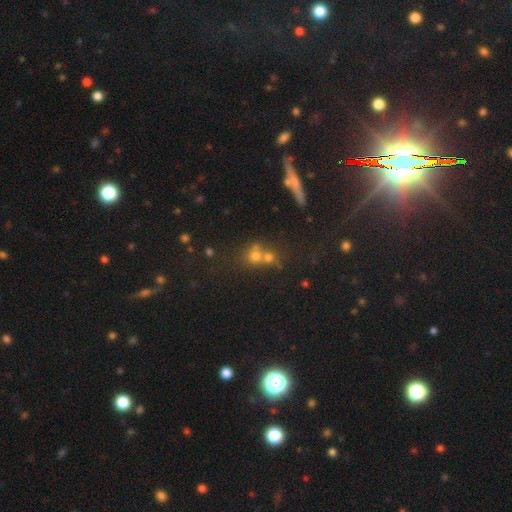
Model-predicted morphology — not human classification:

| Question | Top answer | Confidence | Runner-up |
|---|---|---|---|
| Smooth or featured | smooth | 63% | star or artifact (20%) |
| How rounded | round | 81% | in between (17%) |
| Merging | merger | 54% | none (35%) |